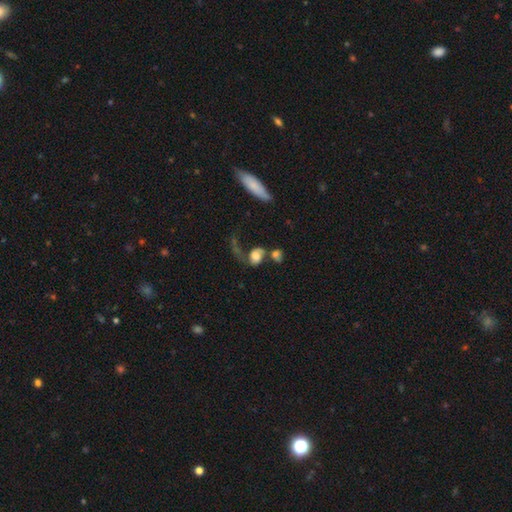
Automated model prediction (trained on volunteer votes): A smooth galaxy with no disk features (52%) that is in between round and cigar-shaped (56%). Merging: merger (33%).